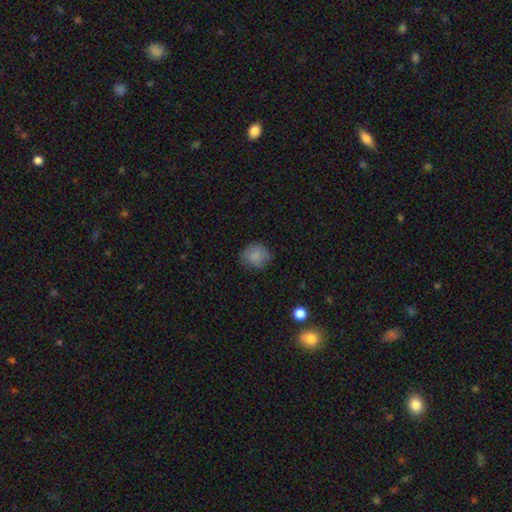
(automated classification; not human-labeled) smooth 83%, star or artifact 9%, featured or disk 7%. Down the decision tree: how rounded — round (78%); merging — none (72%).